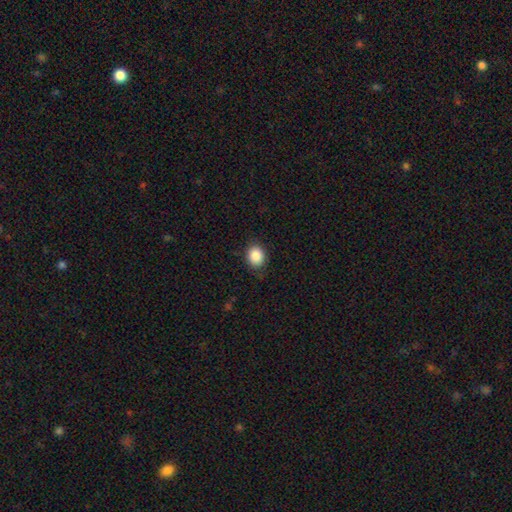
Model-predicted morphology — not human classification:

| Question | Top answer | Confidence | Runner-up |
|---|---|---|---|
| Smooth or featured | smooth | 87% | star or artifact (9%) |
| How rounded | round | 61% | in between (38%) |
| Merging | none | 83% | minor disturbance (12%) |